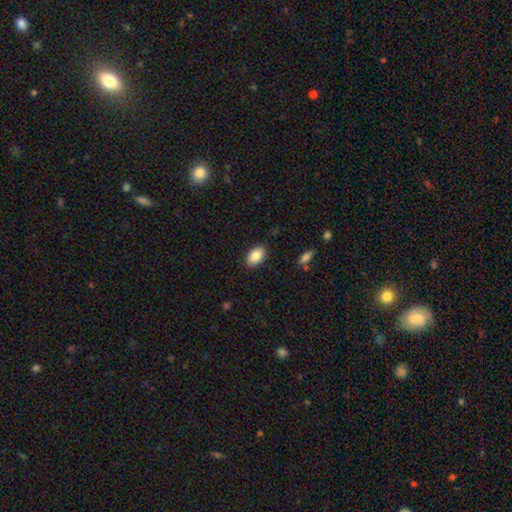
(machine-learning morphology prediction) Smooth or featured? smooth (87%)
How rounded? in between (91%)
Merging? none (87%)